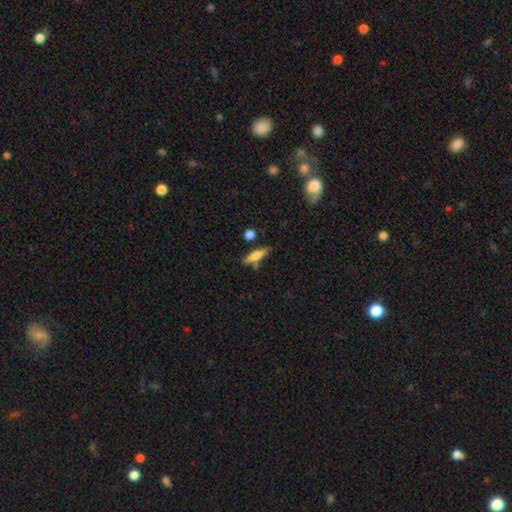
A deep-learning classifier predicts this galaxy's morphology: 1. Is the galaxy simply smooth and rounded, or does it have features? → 73% smooth, 20% featured or disk, 7% star or artifact.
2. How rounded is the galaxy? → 70% cigar-shaped, 28% in between, 2% round.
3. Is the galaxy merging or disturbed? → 70% none, 17% minor disturbance, 9% merger, 4% major disturbance.